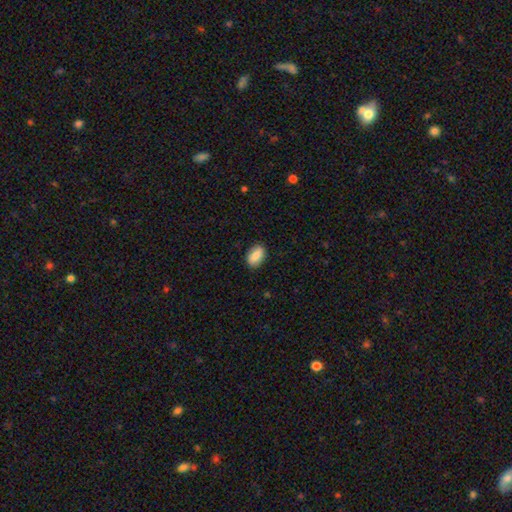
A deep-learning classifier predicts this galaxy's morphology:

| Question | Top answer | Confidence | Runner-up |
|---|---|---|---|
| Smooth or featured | smooth | 81% | featured or disk (12%) |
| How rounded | in between | 89% | round (7%) |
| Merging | none | 87% | minor disturbance (10%) |